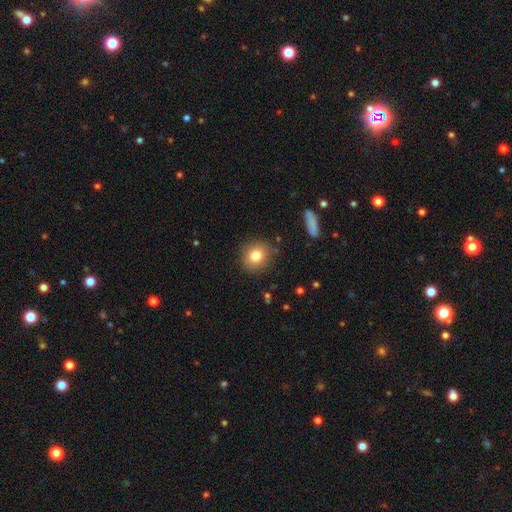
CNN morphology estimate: smooth-or-featured: smooth: 81% | star or artifact: 10% | featured or disk: 9%
  how-rounded: round: 83% | in between: 16% | cigar-shaped: 1%
  merging: none: 86% | minor disturbance: 9% | major disturbance: 3% | merger: 2%